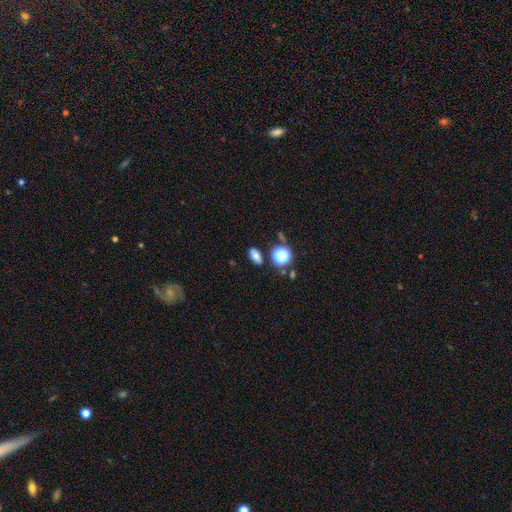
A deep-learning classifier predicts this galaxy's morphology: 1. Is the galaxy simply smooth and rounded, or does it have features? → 74% smooth, 17% star or artifact, 10% featured or disk.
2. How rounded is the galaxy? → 82% in between, 14% round, 4% cigar-shaped.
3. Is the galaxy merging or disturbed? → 82% none, 10% minor disturbance, 4% merger, 3% major disturbance.